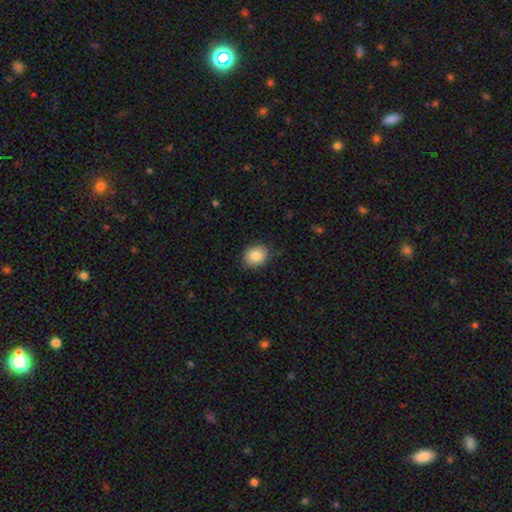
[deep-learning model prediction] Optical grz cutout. It shows a smooth galaxy with no disk features (86%) that is in between round and cigar-shaped (52%). Merging: none (86%).